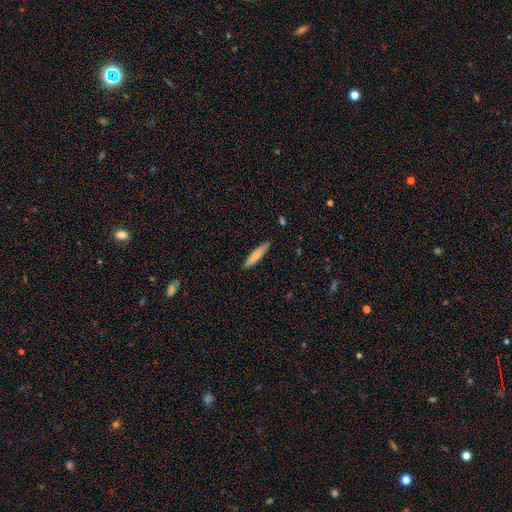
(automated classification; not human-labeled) smooth_or_featured: smooth (p=0.75) [alt: featured or disk p=0.19]
how_rounded: cigar-shaped (p=0.83) [alt: in between p=0.15]
merging: none (p=0.88) [alt: minor disturbance p=0.09]